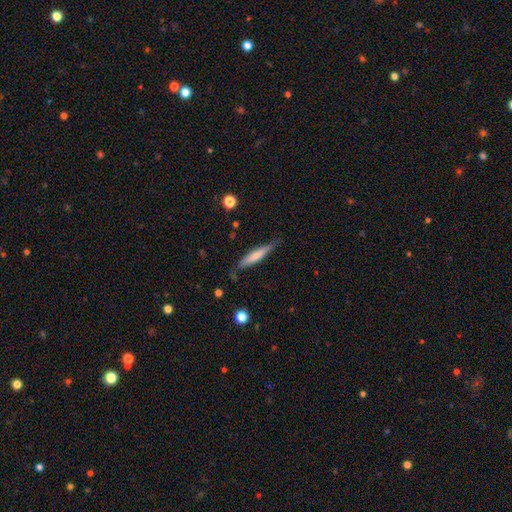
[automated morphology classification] The model was most divided on "smooth or featured": smooth: 63%, featured or disk: 31%, star or artifact: 6%. More confident: how rounded — cigar-shaped (88%); merging — none (74%).